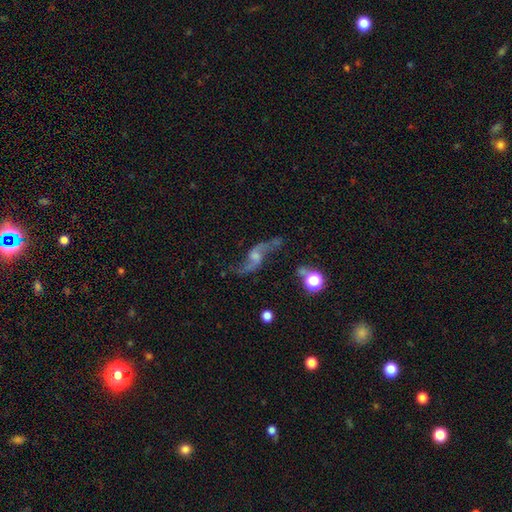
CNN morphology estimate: Smooth or featured?
  - featured or disk: 82% *
  - star or artifact: 9%
  - smooth: 9%
Edge-on disk?
  - no: 91% *
  - yes: 9%
Bar?
  - no: 45% *
  - weak: 43%
  - strong: 13%
Spiral arms?
  - yes: 93% *
  - no: 7%
Spiral winding?
  - loose: 88% *
  - medium: 9%
  - tight: 2%
Spiral arm count?
  - 2: 92% *
  - 1: 3%
  - can't tell: 2%
  - 3: 1%
  - 4: 1%
  - more than 4: 1%
Bulge size?
  - small: 38% *
  - moderate: 33%
  - none: 20%
  - large: 6%
  - dominant: 2%
Merging?
  - none: 65% *
  - minor disturbance: 16%
  - major disturbance: 13%
  - merger: 6%